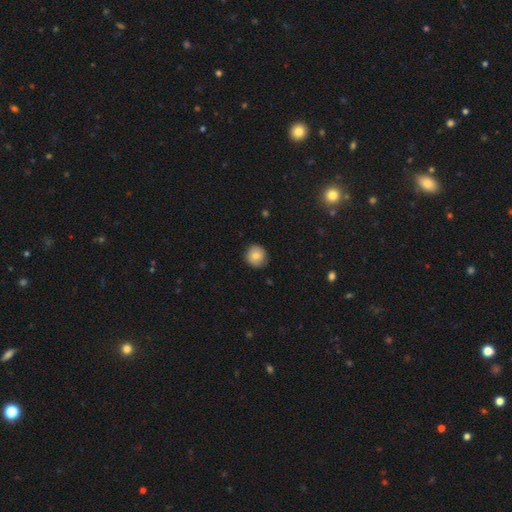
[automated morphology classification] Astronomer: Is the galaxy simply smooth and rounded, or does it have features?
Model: smooth — 76%.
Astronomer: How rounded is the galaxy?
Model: round — 92%.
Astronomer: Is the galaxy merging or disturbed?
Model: none — 87%.